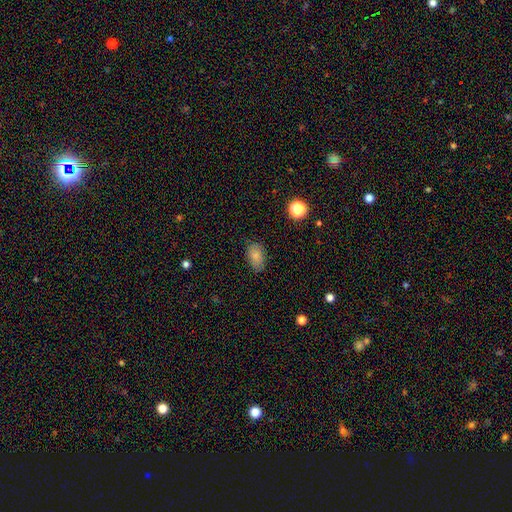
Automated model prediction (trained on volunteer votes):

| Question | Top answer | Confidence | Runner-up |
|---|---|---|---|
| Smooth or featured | smooth | 82% | star or artifact (9%) |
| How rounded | in between | 89% | round (9%) |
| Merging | none | 80% | minor disturbance (15%) |